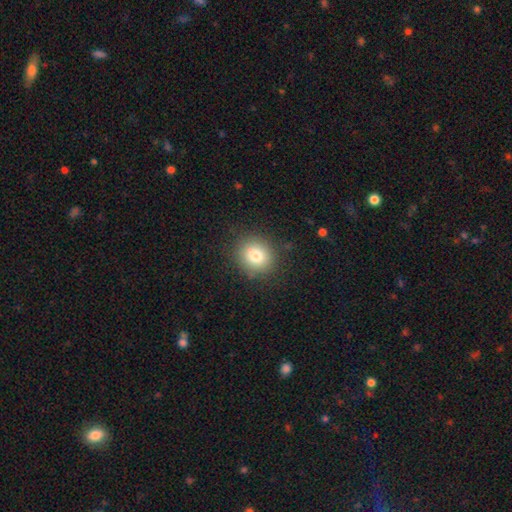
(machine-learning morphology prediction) This appears to be a smooth galaxy with no disk features (79%) that is round (83%). Merging: none (87%).